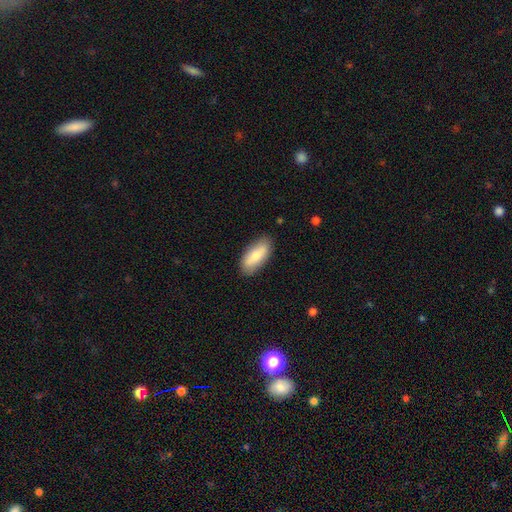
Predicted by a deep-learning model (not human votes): Q: Smooth or featured?
A: smooth (75%); runner-up: featured or disk (19%)
Q: How rounded?
A: in between (82%); runner-up: cigar-shaped (16%)
Q: Merging?
A: none (85%); runner-up: minor disturbance (12%)